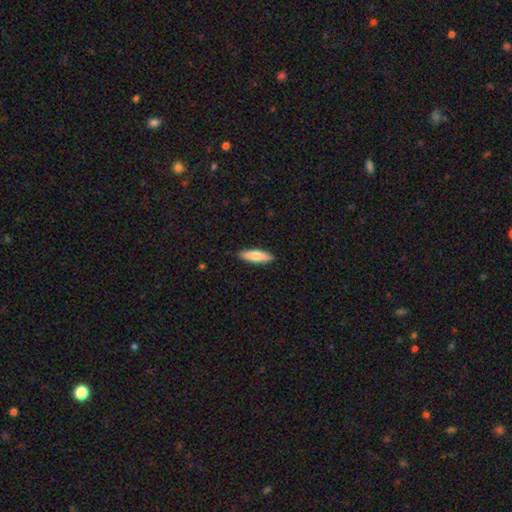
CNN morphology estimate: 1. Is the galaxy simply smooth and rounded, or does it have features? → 73% smooth, 21% featured or disk, 6% star or artifact.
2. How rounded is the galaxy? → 60% cigar-shaped, 38% in between, 2% round.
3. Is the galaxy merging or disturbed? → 89% none, 8% minor disturbance, 2% major disturbance, 1% merger.